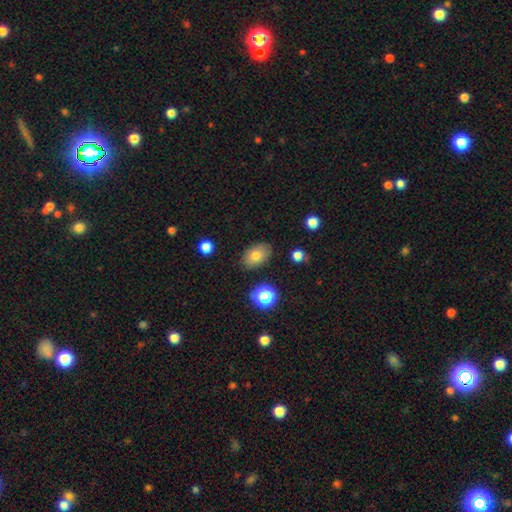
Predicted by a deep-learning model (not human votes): This is likely a smooth galaxy (77%). How rounded: clearly in between (86%). Merging: clearly none (84%).